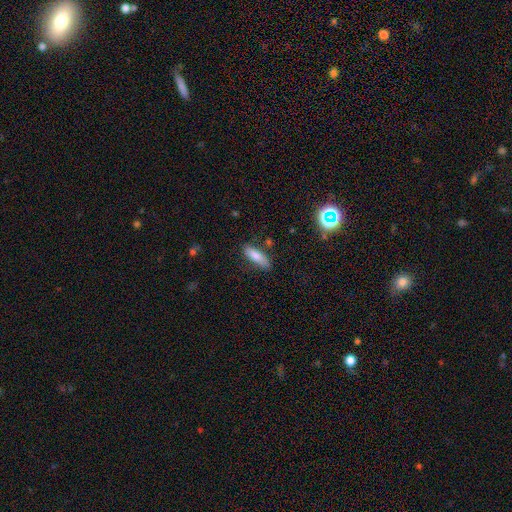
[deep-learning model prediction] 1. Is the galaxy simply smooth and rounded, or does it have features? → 78% smooth, 14% featured or disk, 8% star or artifact.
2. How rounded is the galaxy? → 51% in between, 47% cigar-shaped, 2% round.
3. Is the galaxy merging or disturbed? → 76% none, 17% minor disturbance, 4% major disturbance, 3% merger.